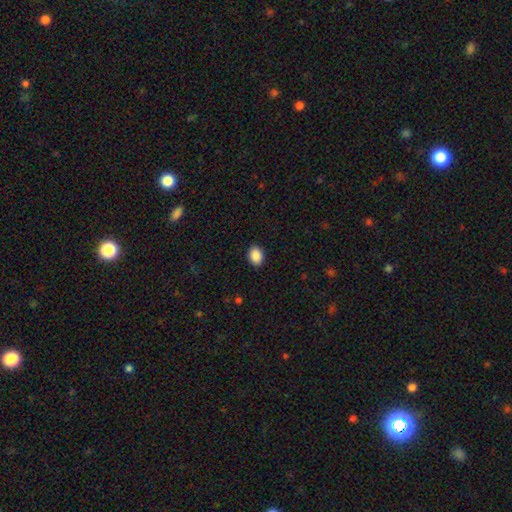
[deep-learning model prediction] smooth_or_featured: smooth (p=0.90) [alt: star or artifact p=0.08]
how_rounded: in between (p=0.71) [alt: round p=0.28]
merging: none (p=0.90) [alt: minor disturbance p=0.07]